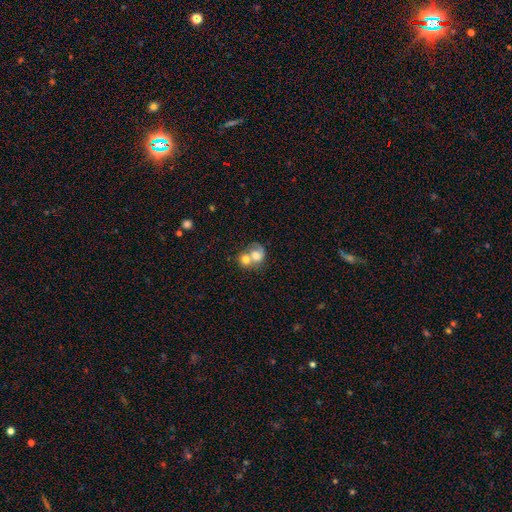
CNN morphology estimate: smooth 58%, featured or disk 34%, star or artifact 8%. Down the decision tree: how rounded — round (65%); merging — merger (72%).